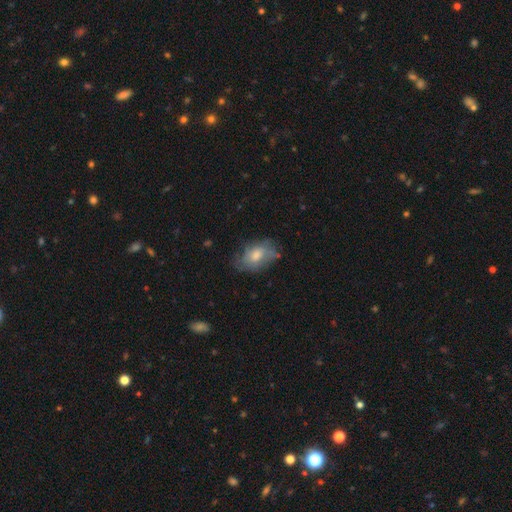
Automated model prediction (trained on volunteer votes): Smooth or featured?
  - smooth: 52% *
  - featured or disk: 39%
  - star or artifact: 9%
How rounded?
  - in between: 85% *
  - round: 14%
  - cigar-shaped: 2%
Merging?
  - none: 61% *
  - minor disturbance: 27%
  - major disturbance: 10%
  - merger: 2%